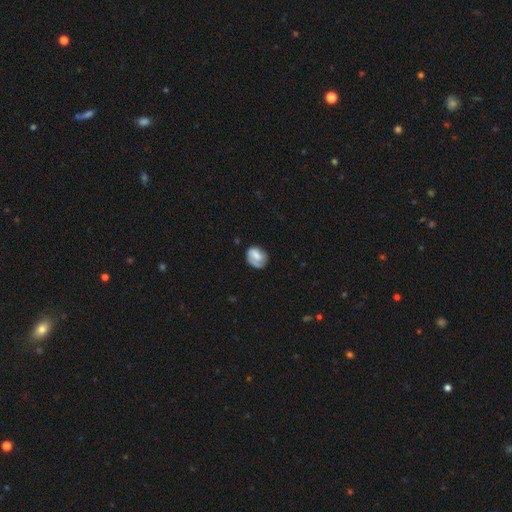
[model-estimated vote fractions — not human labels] Smooth or featured? smooth (57%)
How rounded? in between (52%)
Merging? none (59%)